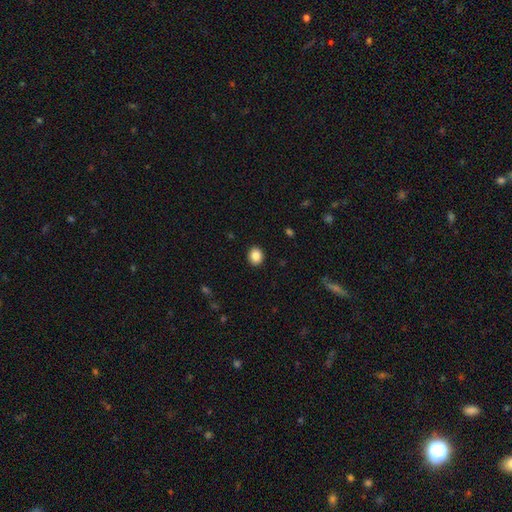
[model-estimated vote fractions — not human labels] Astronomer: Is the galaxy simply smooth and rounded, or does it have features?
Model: smooth — 87%.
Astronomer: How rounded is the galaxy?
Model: round — 69%.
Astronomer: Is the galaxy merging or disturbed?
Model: none — 92%.